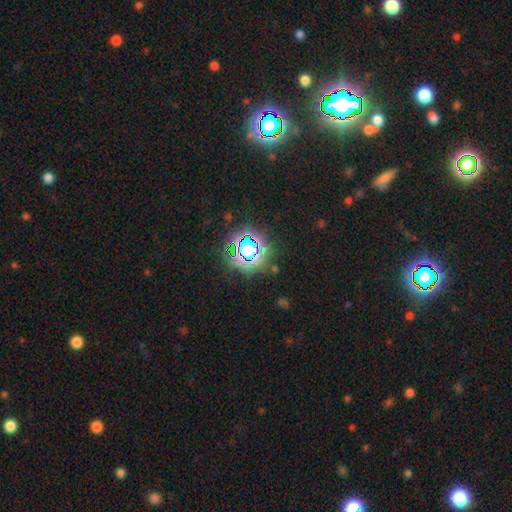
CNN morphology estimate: type=star or artifact (78%).